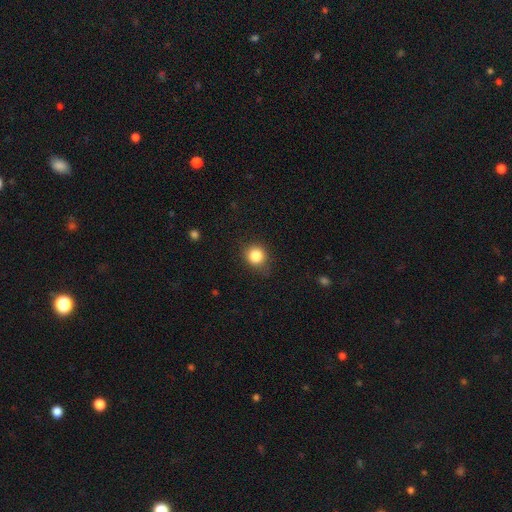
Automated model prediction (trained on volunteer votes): smooth_or_featured: smooth (p=0.85) [alt: star or artifact p=0.10]
how_rounded: round (p=0.85) [alt: in between p=0.14]
merging: none (p=0.81) [alt: minor disturbance p=0.14]